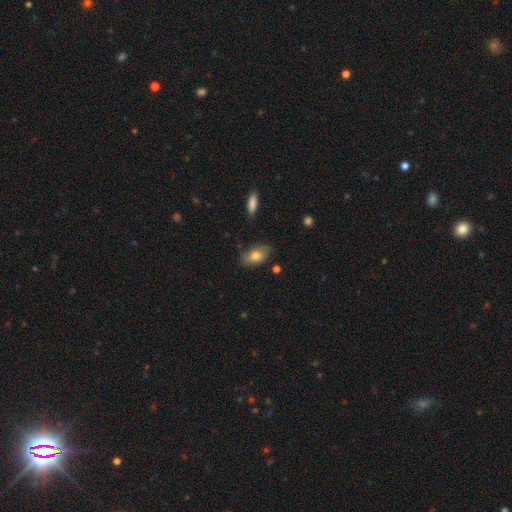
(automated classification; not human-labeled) A smooth galaxy with no disk features (75%) that is in between round and cigar-shaped (91%). Merging: none (76%).